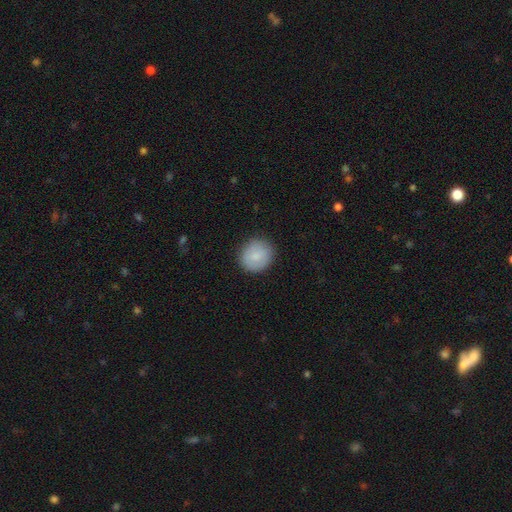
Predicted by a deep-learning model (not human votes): This appears to be a smooth galaxy with no disk features (83%) that is round (82%). Merging: none (87%).